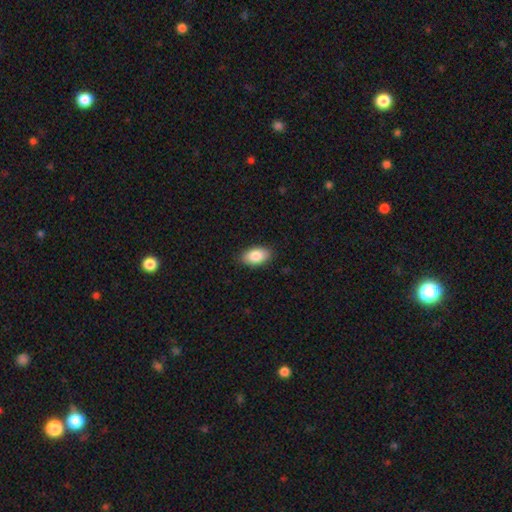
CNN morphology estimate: Smooth or featured: smooth — 86% (featured or disk — 7%)
How rounded: in between — 93% (round — 5%)
Merging: none — 88% (minor disturbance — 9%)